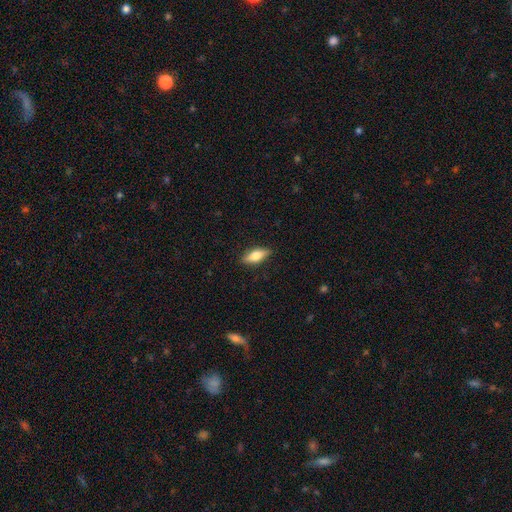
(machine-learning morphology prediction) This appears to be a smooth galaxy with no disk features (72%) that is in between round and cigar-shaped (74%). Merging: none (86%).